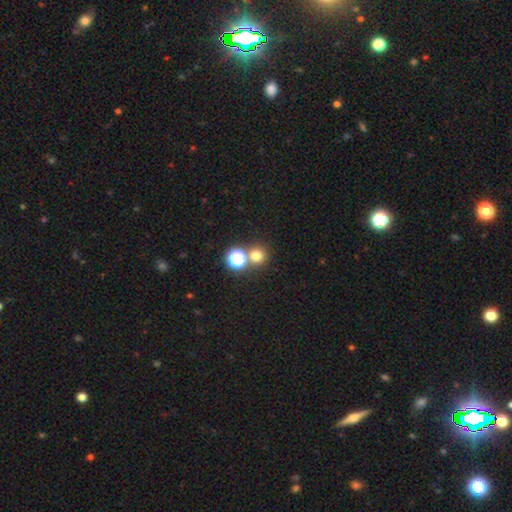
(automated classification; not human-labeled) Overall: smooth (72%). How rounded: round (91%). Merging: none (69%).